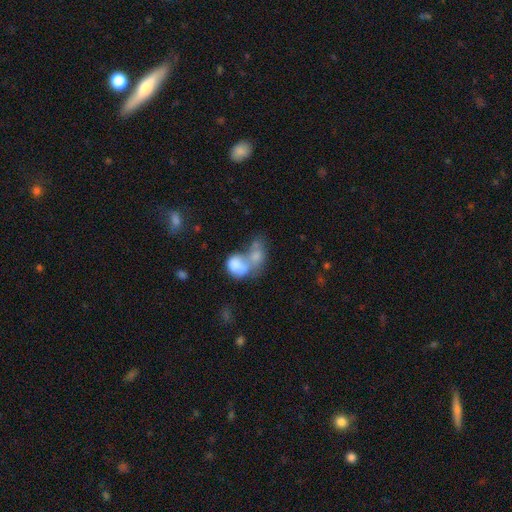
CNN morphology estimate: This appears to be a smooth galaxy with no disk features (71%) that is in between round and cigar-shaped (64%). Merging: merger (76%).